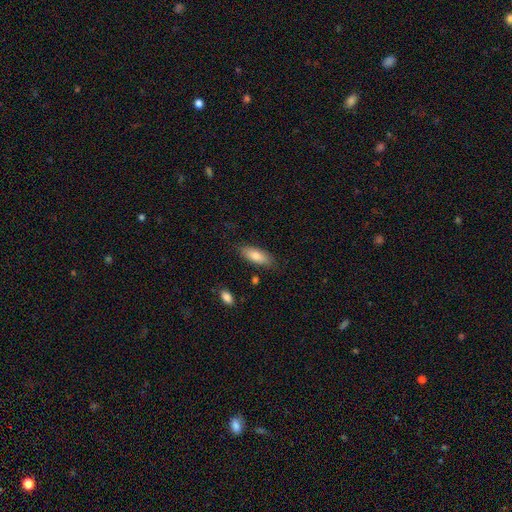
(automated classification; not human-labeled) This is clearly a smooth galaxy (80%). How rounded: likely in between (75%). Merging: clearly none (82%).